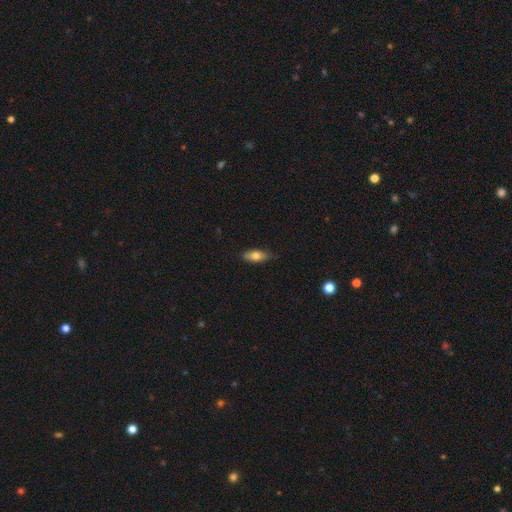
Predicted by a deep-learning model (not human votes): smooth 76%, featured or disk 17%, star or artifact 7%. Down the decision tree: how rounded — in between (80%); merging — none (82%).